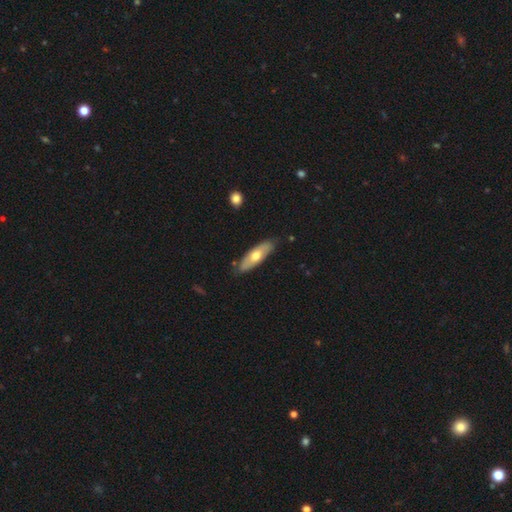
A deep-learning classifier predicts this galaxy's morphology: smooth_or_featured: smooth (p=0.53) [alt: featured or disk p=0.42]
how_rounded: in between (p=0.60) [alt: cigar-shaped p=0.38]
merging: none (p=0.80) [alt: minor disturbance p=0.15]